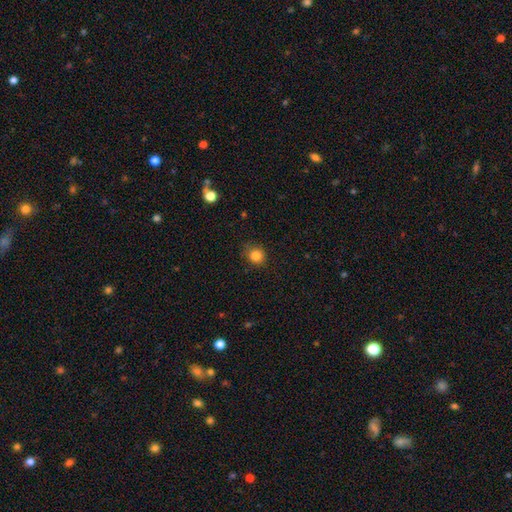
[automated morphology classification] Smooth or featured? smooth (83%)
How rounded? round (84%)
Merging? none (80%)